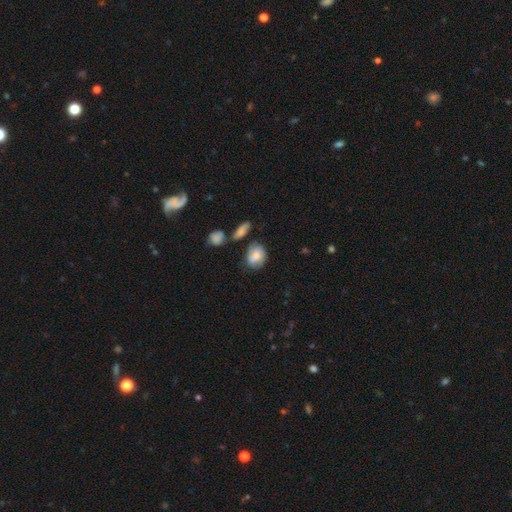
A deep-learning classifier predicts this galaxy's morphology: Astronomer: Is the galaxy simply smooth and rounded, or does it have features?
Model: smooth — 68%.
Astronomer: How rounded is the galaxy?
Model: in between — 62%.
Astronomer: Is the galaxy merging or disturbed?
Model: none — 63%.